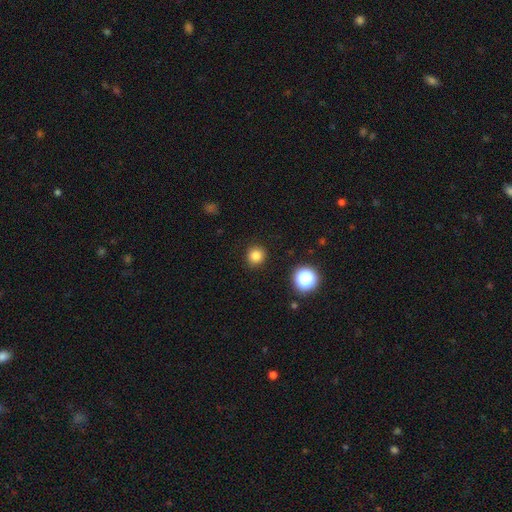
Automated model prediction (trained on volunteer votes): The model was most divided on "smooth or featured": smooth: 82%, star or artifact: 14%, featured or disk: 4%. More confident: how rounded — round (93%); merging — none (91%).